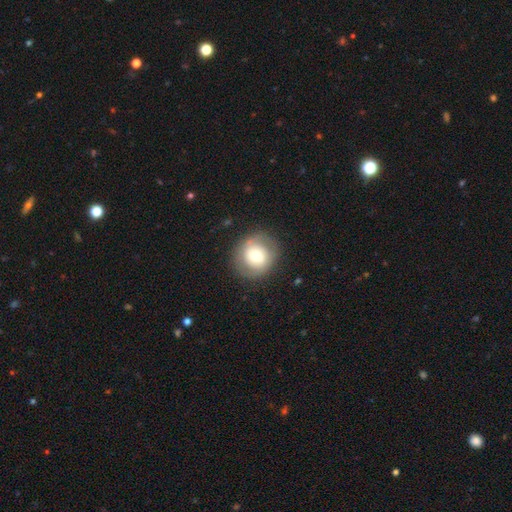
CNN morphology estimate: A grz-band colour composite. It shows a smooth galaxy with no disk features (62%) that is round (87%). Merging: none (83%).